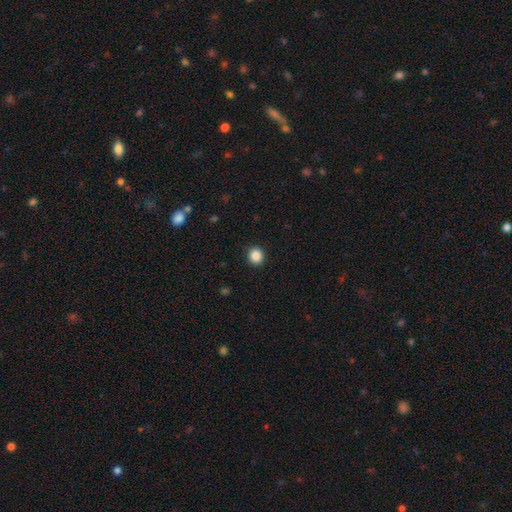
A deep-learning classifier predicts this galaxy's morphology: Q: Smooth or featured?
A: smooth (87%); runner-up: star or artifact (10%)
Q: How rounded?
A: round (85%); runner-up: in between (14%)
Q: Merging?
A: none (92%); runner-up: minor disturbance (5%)